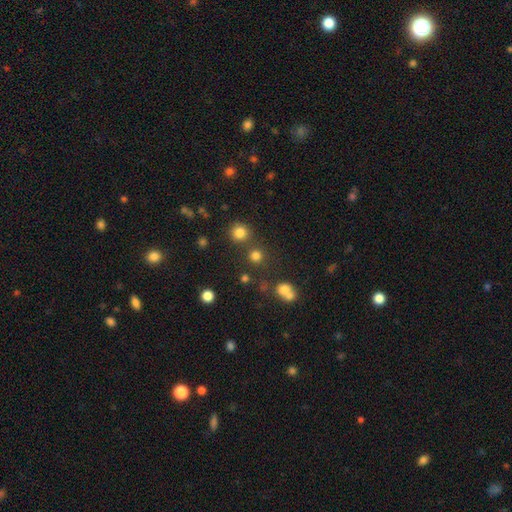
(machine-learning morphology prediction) smooth_or_featured: smooth (p=0.78) [alt: star or artifact p=0.17]
how_rounded: round (p=0.92) [alt: in between p=0.07]
merging: none (p=0.75) [alt: merger p=0.15]